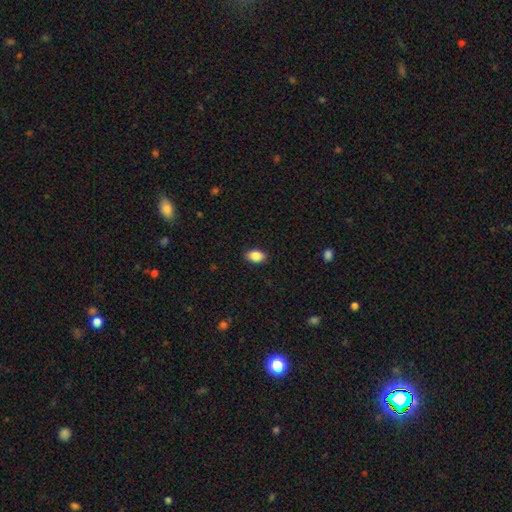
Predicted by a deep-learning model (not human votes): smooth_or_featured: smooth (p=0.88) [alt: star or artifact p=0.08]
how_rounded: in between (p=0.90) [alt: round p=0.09]
merging: none (p=0.89) [alt: minor disturbance p=0.08]